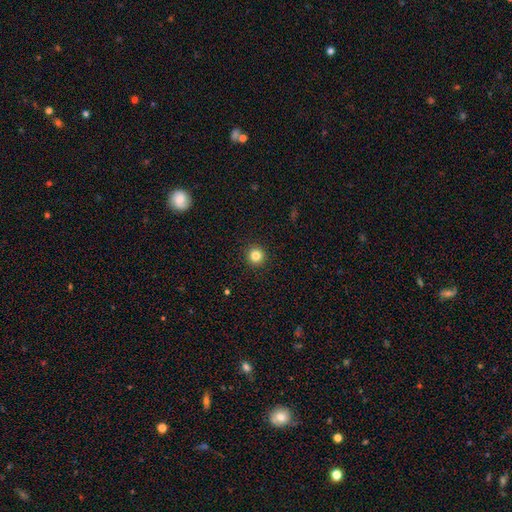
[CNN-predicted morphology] Q: Smooth or featured?
A: smooth (83%); runner-up: star or artifact (12%)
Q: How rounded?
A: round (95%); runner-up: in between (4%)
Q: Merging?
A: none (93%); runner-up: minor disturbance (4%)